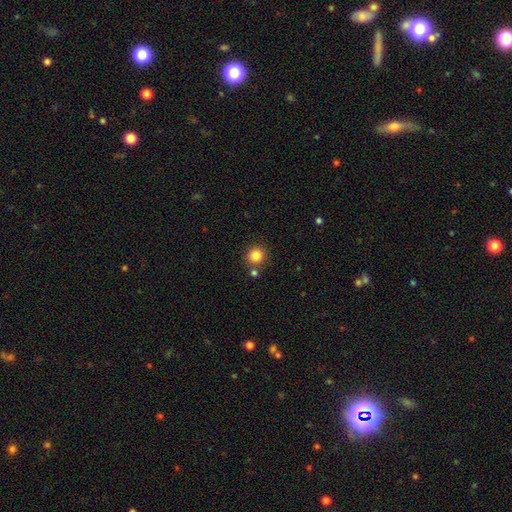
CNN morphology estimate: Smooth or featured? smooth (84%)
How rounded? round (91%)
Merging? none (77%)